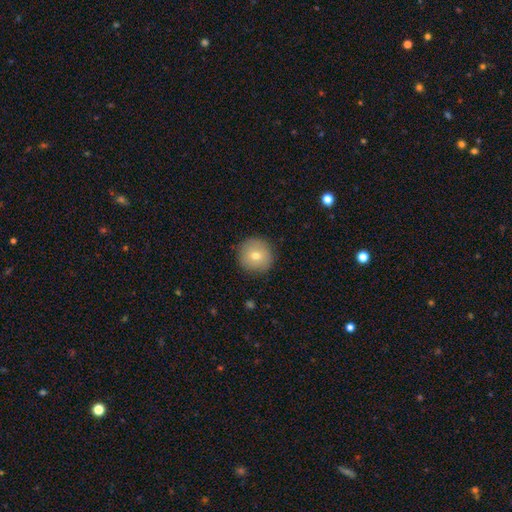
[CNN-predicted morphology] Q: Smooth or featured?
A: smooth (73%); runner-up: featured or disk (17%)
Q: How rounded?
A: round (95%); runner-up: in between (4%)
Q: Merging?
A: none (90%); runner-up: minor disturbance (7%)